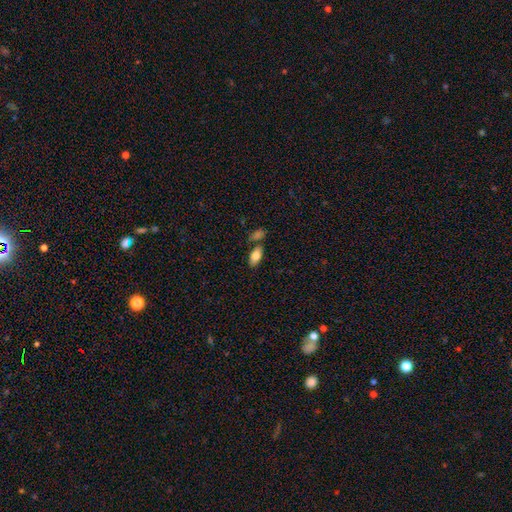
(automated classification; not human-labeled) This appears to be a smooth galaxy with no disk features (80%) that is in between round and cigar-shaped (90%). Merging: none (69%).